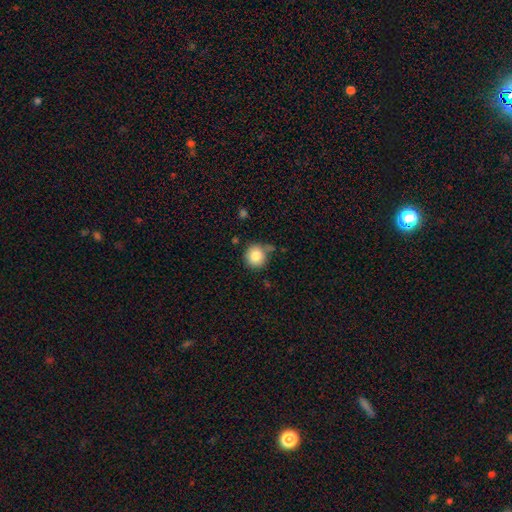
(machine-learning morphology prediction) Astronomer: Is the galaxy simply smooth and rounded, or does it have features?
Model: smooth — 83%.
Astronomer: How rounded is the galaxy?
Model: round — 92%.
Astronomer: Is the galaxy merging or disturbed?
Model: none — 68%.